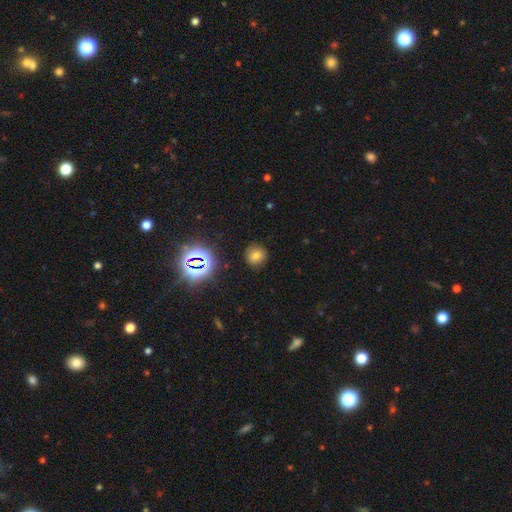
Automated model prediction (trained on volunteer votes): Smooth or featured: smooth — 67% (star or artifact — 22%)
How rounded: round — 90% (in between — 9%)
Merging: none — 87% (minor disturbance — 9%)